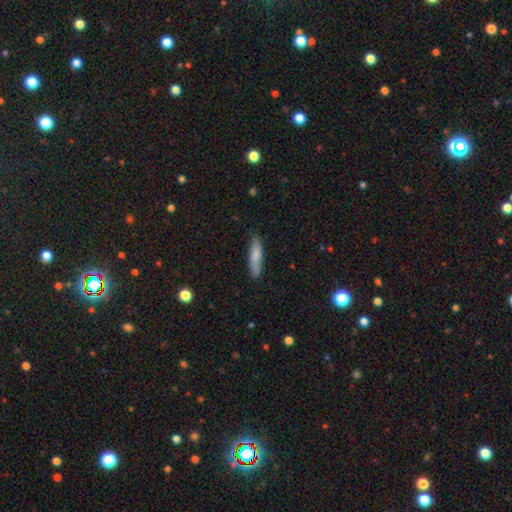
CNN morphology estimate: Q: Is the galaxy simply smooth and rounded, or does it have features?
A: smooth — 79%.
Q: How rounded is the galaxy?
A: cigar-shaped — 76%.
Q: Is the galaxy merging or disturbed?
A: none — 85%.